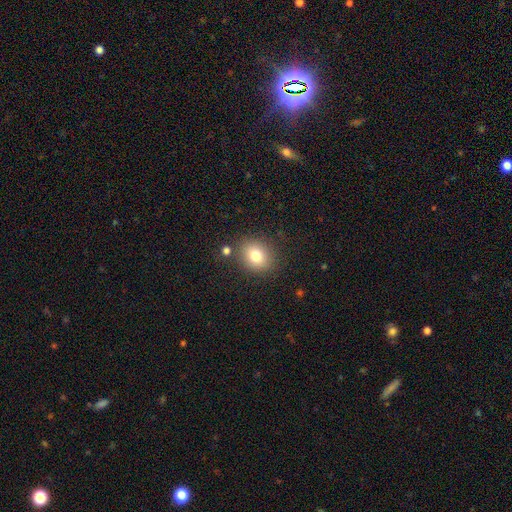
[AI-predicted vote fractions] Q: Smooth or featured?
A: smooth (79%); runner-up: star or artifact (11%)
Q: How rounded?
A: round (64%); runner-up: in between (35%)
Q: Merging?
A: none (82%); runner-up: minor disturbance (10%)